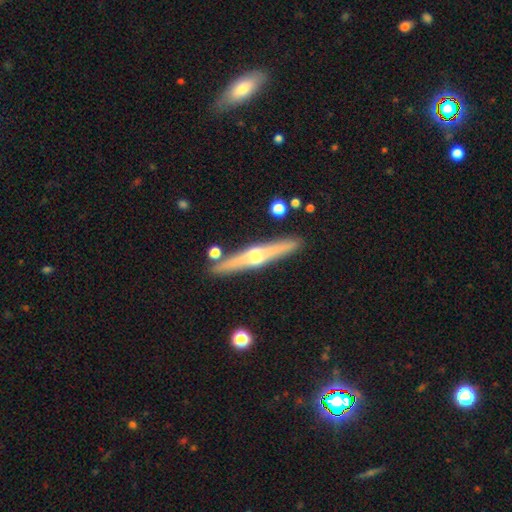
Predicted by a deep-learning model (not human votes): Smooth or featured? Predicted: featured or disk (p=0.73). Edge-on disk? Predicted: yes (p=0.97). Edge-on bulge? Predicted: rounded (p=0.94). Merging? Predicted: none (p=0.87).